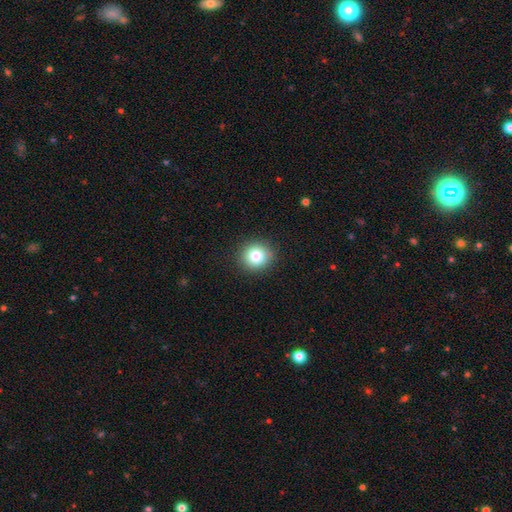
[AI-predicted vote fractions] This is clearly a smooth galaxy (82%). How rounded: clearly round (89%). Merging: clearly none (90%).